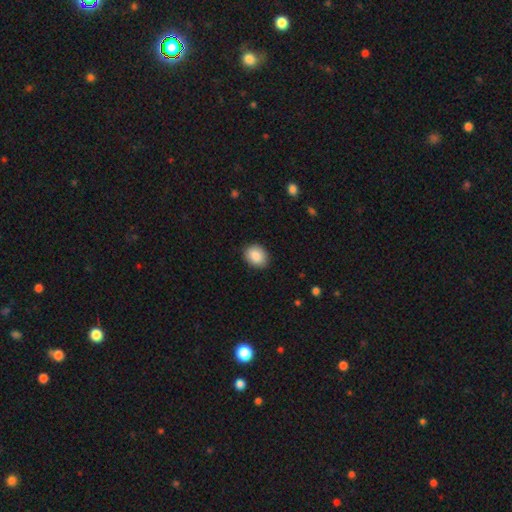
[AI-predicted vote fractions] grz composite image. It shows a smooth galaxy with no disk features (87%) that is round (51%). Merging: none (88%).